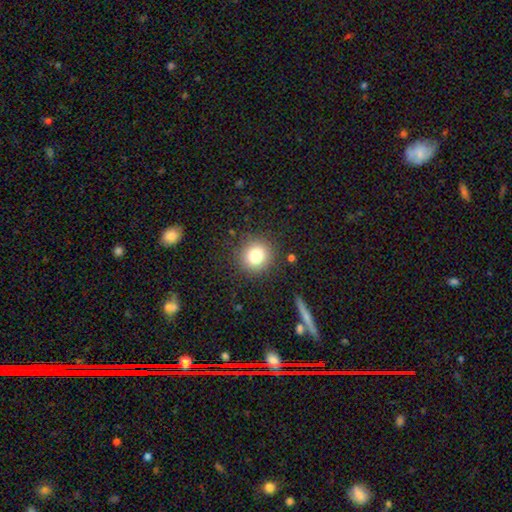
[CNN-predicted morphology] A smooth galaxy with no disk features (79%) that is round (92%). Merging: none (88%).